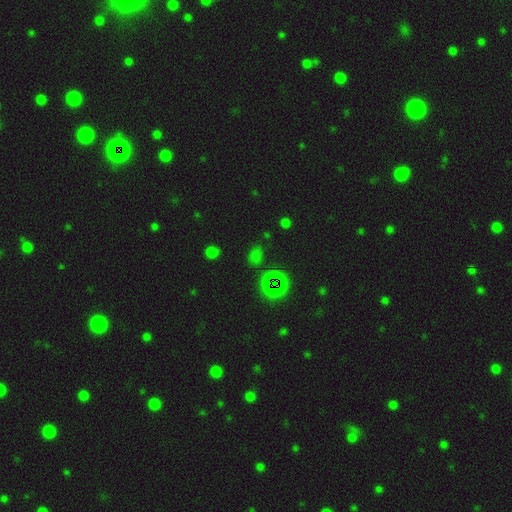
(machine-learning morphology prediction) smooth 49%, star or artifact 45%, featured or disk 6%. Down the decision tree: merging — none (77%).